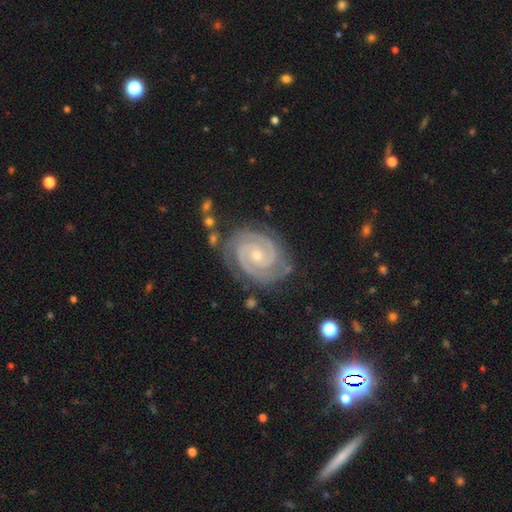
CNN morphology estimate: type=featured or disk (93%); edge-on=no (98%); bar=no (65%); spiral arms=yes (99%); winding=tight (80%); arm count=2 (83%); bulge=small (74%); merging=none (78%).